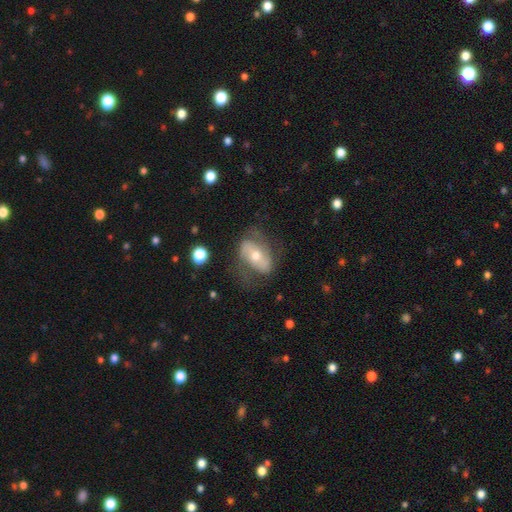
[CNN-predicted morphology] Smooth or featured?
  - featured or disk: 66% *
  - smooth: 27%
  - star or artifact: 7%
Edge-on disk?
  - no: 93% *
  - yes: 7%
Bar?
  - no: 38% *
  - weak: 32%
  - strong: 29%
Spiral arms?
  - yes: 77% *
  - no: 23%
Bulge size?
  - moderate: 63% *
  - small: 29%
  - large: 5%
  - none: 1%
  - dominant: 1%
Merging?
  - none: 60% *
  - minor disturbance: 22%
  - major disturbance: 17%
  - merger: 2%